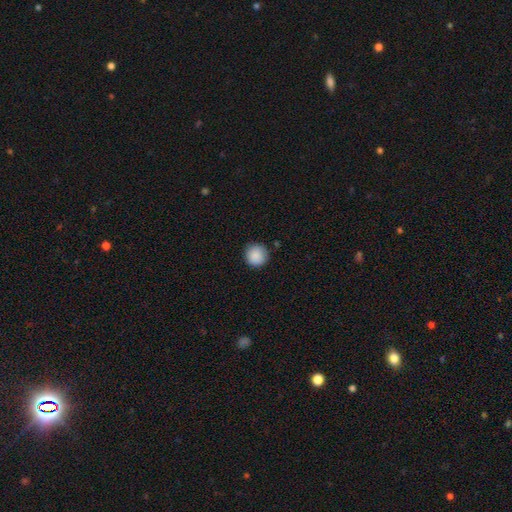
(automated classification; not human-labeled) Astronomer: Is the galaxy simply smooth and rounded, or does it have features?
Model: smooth — 89%.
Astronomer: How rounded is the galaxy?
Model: round — 94%.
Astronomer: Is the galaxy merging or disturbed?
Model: none — 87%.